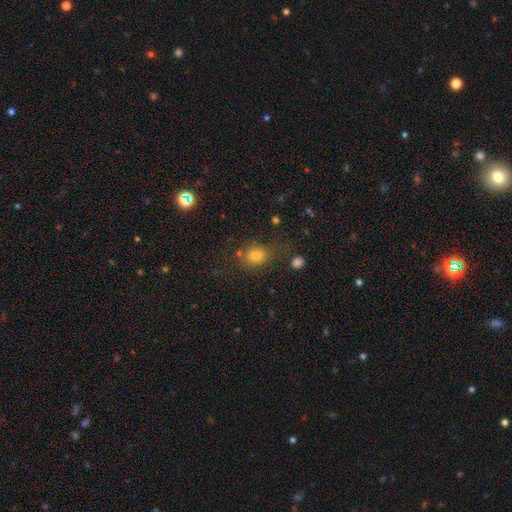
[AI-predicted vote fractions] smooth_or_featured: smooth (p=0.76) [alt: star or artifact p=0.15]
how_rounded: round (p=0.60) [alt: in between p=0.39]
merging: none (p=0.70) [alt: minor disturbance p=0.16]